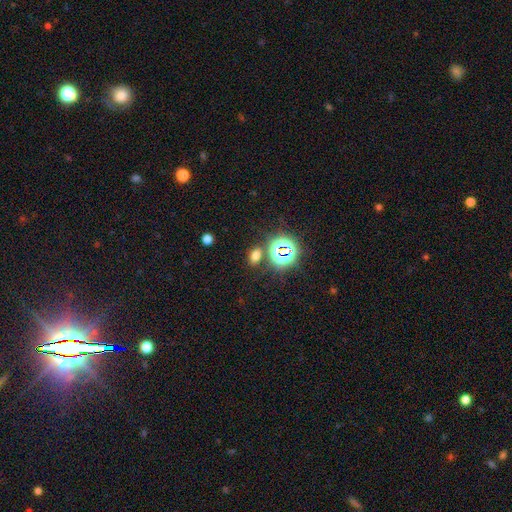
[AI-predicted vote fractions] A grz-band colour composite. It shows a smooth galaxy with no disk features (59%) that is in between round and cigar-shaped (73%). Merging: none (78%).